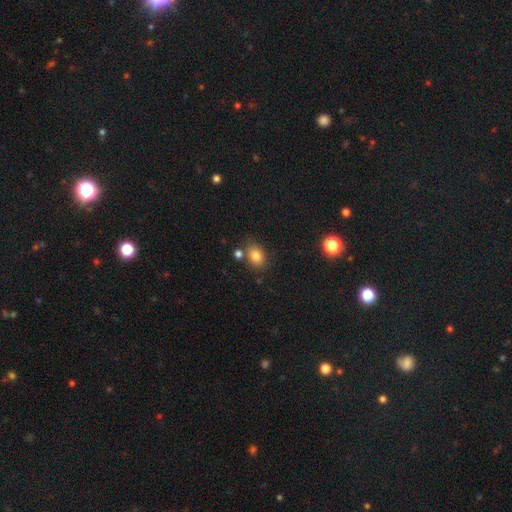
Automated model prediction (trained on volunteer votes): This appears to be a smooth galaxy with no disk features (82%) that is in between round and cigar-shaped (59%). Merging: none (69%).